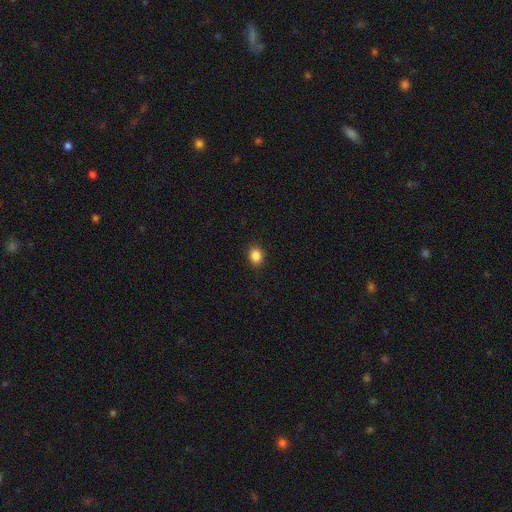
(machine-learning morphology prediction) smooth-or-featured: smooth: 86% | star or artifact: 10% | featured or disk: 3%
  how-rounded: round: 60% | in between: 39% | cigar-shaped: 1%
  merging: none: 89% | minor disturbance: 8% | major disturbance: 2% | merger: 1%